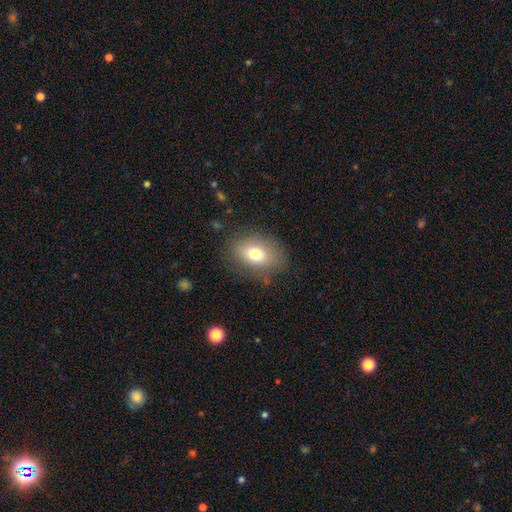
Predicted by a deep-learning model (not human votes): A smooth galaxy with no disk features (74%) that is in between round and cigar-shaped (75%). Merging: none (78%).